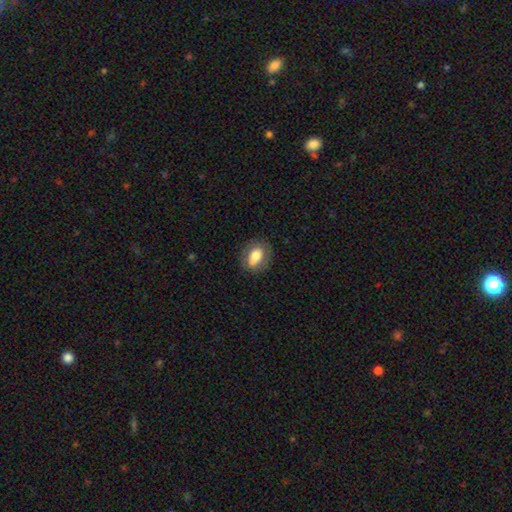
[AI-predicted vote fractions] Smooth or featured?
  - smooth: 67% *
  - featured or disk: 25%
  - star or artifact: 8%
How rounded?
  - in between: 70% *
  - round: 28%
  - cigar-shaped: 2%
Merging?
  - none: 75% *
  - minor disturbance: 17%
  - major disturbance: 6%
  - merger: 3%